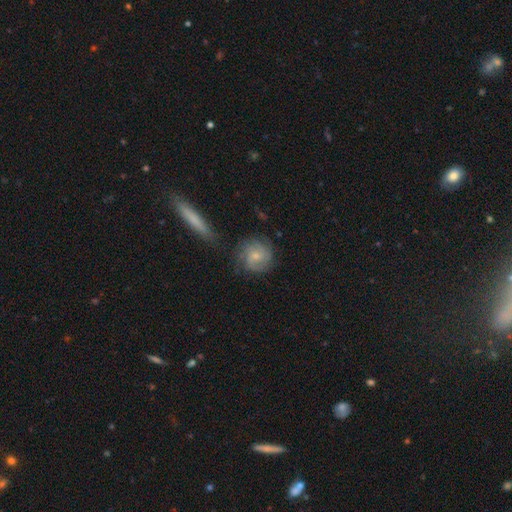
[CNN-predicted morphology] A featured or disk galaxy (55%) with no bar (75%), spiral arms (85%) and a small central bulge (61%). Merging: none (71%).